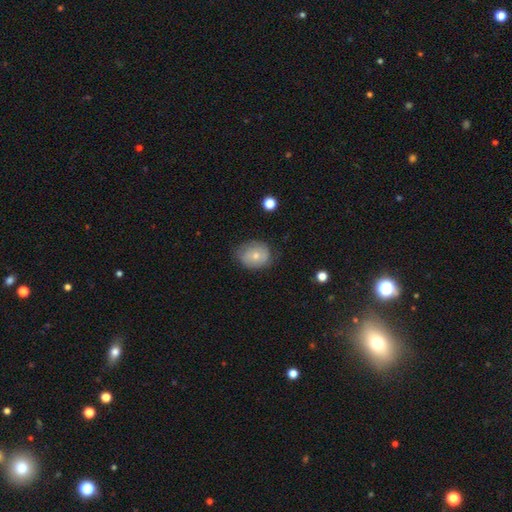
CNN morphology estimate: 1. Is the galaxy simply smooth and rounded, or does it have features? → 67% smooth, 25% featured or disk, 8% star or artifact.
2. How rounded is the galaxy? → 61% round, 39% in between, 1% cigar-shaped.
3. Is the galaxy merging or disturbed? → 63% none, 28% minor disturbance, 7% major disturbance, 1% merger.